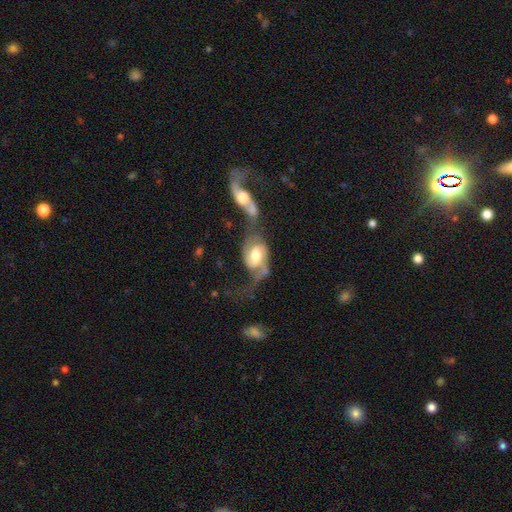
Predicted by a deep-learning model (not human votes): Morphology: type=featured or disk (79%); edge-on=no (96%); bar=weak (45%); spiral arms=yes (92%); winding=medium (41%); arm count=2 (83%); bulge=moderate (59%); merging=merger (56%).